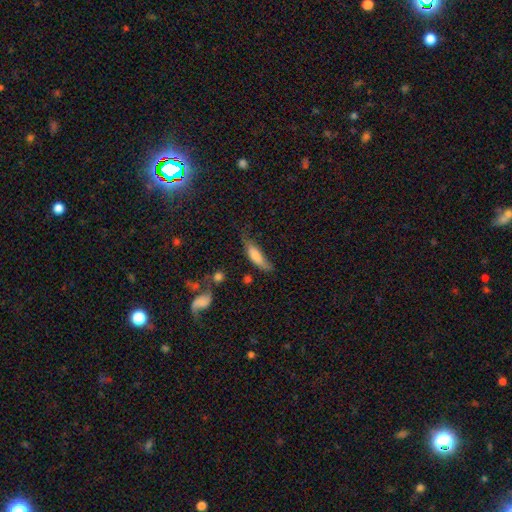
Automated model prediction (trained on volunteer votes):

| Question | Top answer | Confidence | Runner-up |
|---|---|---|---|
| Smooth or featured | smooth | 75% | featured or disk (18%) |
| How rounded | cigar-shaped | 57% | in between (41%) |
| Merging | none | 43% | minor disturbance (34%) |